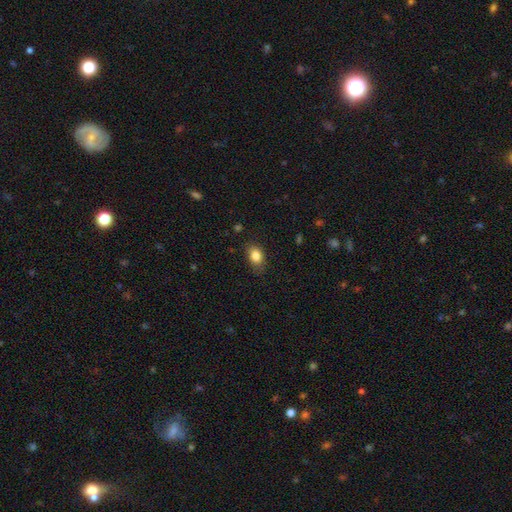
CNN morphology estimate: Smooth or featured? smooth (85%)
How rounded? in between (78%)
Merging? none (76%)